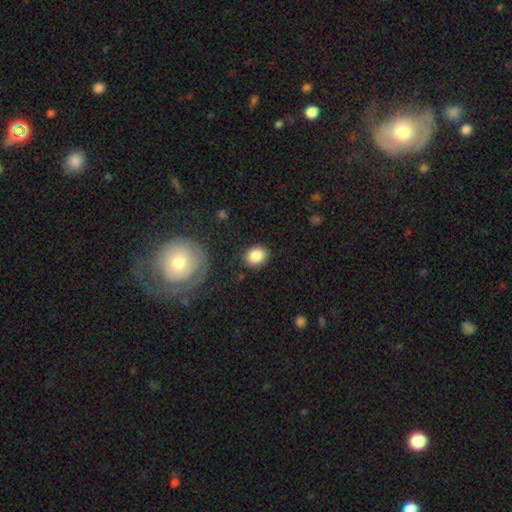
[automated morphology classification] Q: Smooth or featured?
A: smooth (86%); runner-up: star or artifact (8%)
Q: How rounded?
A: round (58%); runner-up: in between (41%)
Q: Merging?
A: none (84%); runner-up: minor disturbance (10%)